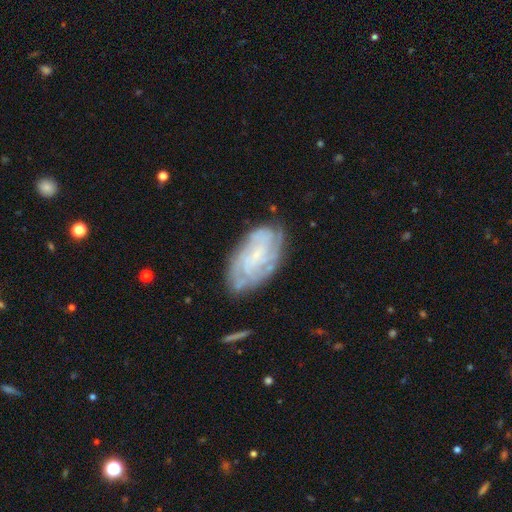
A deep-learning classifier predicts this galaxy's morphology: A featured or disk galaxy (73%) with no bar (55%), tight (65%) spiral arms (88%) and a small central bulge (67%). Merging: none (72%).